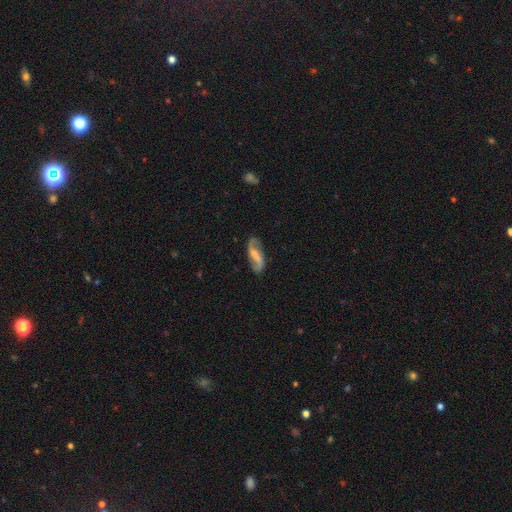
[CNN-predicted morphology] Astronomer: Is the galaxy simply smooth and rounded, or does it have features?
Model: featured or disk — 82%.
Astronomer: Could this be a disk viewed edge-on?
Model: no — 95%.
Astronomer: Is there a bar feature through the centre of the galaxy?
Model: weak — 43% (runner-up: strong, 36%).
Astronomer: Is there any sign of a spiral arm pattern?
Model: yes — 95%.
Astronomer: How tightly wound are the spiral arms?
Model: loose — 62%.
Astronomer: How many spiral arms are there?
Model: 2 — 93%.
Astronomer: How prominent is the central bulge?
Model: none — 42% (runner-up: small, 26%).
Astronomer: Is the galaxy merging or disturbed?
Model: none — 80%.